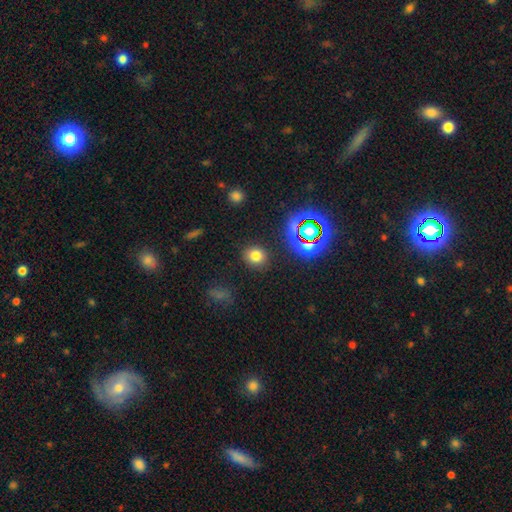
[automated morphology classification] Smooth or featured: smooth — 75% (star or artifact — 18%)
How rounded: round — 73% (in between — 26%)
Merging: none — 87% (minor disturbance — 8%)